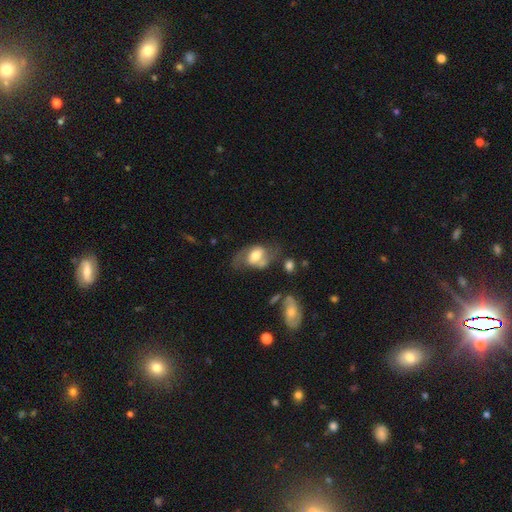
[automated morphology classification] Smooth or featured: featured or disk — 52% (smooth — 41%)
Edge-on disk: no — 94% (yes — 6%)
Merging: none — 45% (minor disturbance — 25%)